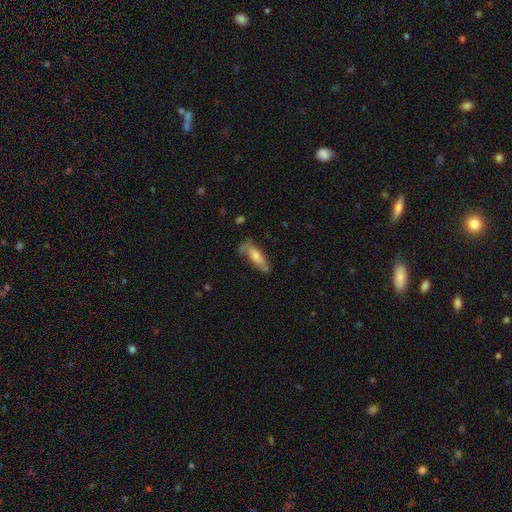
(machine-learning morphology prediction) A smooth galaxy with no disk features (49%).

Vote fractions:
- Smooth or featured? smooth: 49% / featured or disk: 42% / star or artifact: 8%
- Merging? none: 56% / minor disturbance: 25% / major disturbance: 13% / merger: 6%